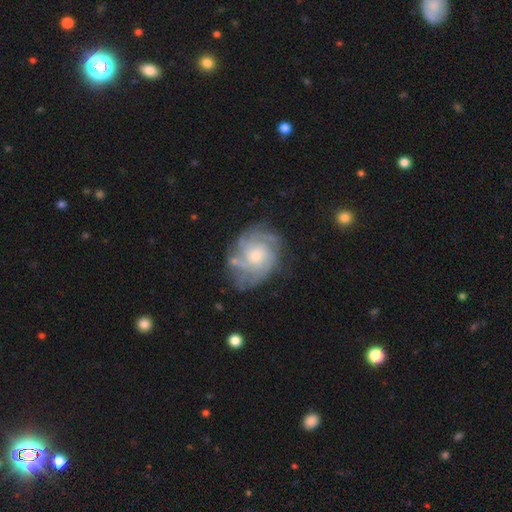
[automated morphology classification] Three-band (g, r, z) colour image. It shows a featured or disk galaxy (82%) with no bar (75%), tight (63%) spiral arms (95%) and a small central bulge (48%). Merging: none (72%).